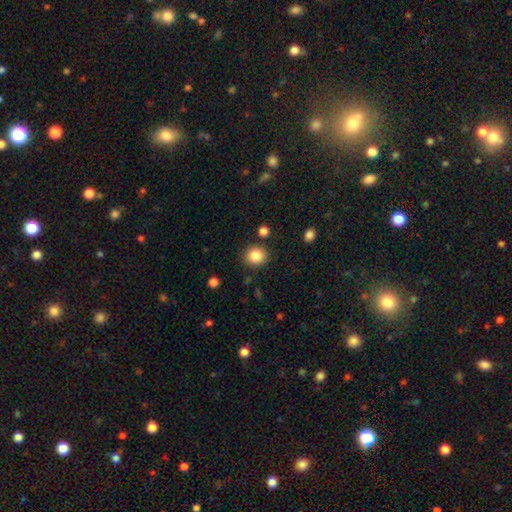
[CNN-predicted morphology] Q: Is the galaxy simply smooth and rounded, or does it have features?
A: smooth — 86%.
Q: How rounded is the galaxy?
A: round — 82%.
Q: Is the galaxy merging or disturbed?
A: none — 86%.